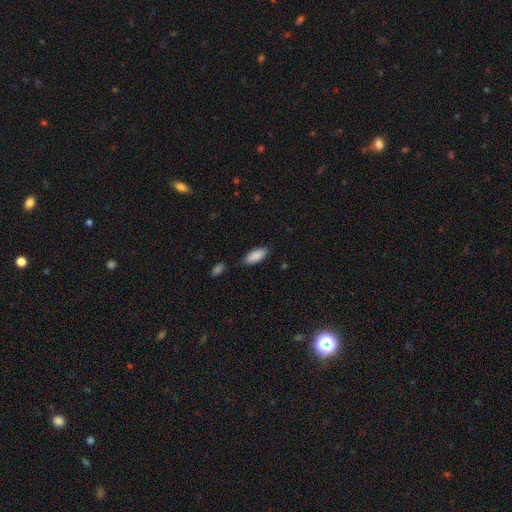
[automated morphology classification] smooth_or_featured: smooth (p=0.88) [alt: star or artifact p=0.06]
how_rounded: in between (p=0.82) [alt: cigar-shaped p=0.16]
merging: none (p=0.80) [alt: minor disturbance p=0.13]